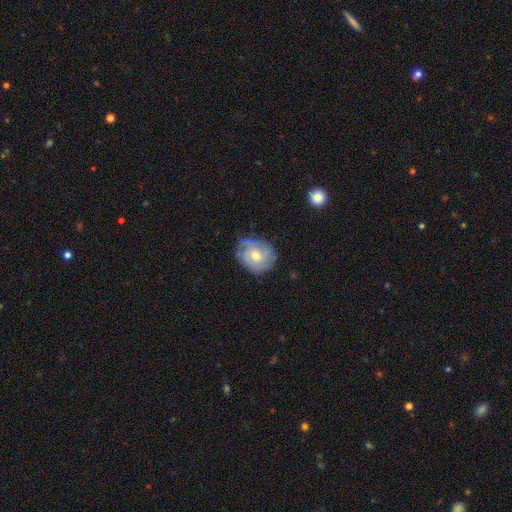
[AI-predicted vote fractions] Smooth or featured?
  - smooth: 47% *
  - featured or disk: 46%
  - star or artifact: 7%
Merging?
  - none: 70% *
  - minor disturbance: 23%
  - major disturbance: 6%
  - merger: 1%